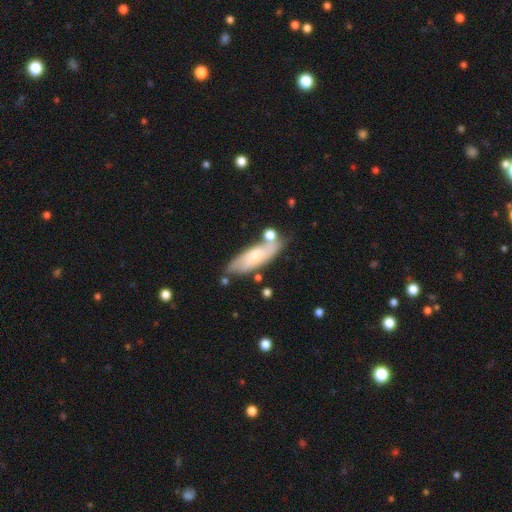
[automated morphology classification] Overall: smooth (58%; featured or disk 35%). How rounded: in between (49%, tied with cigar-shaped). Merging: none (66%).